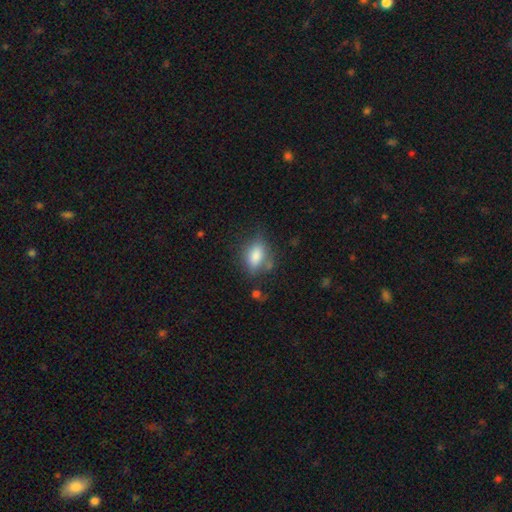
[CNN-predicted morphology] The model was most divided on "merging": none: 63%, minor disturbance: 23%, major disturbance: 8%, merger: 5%. More confident: how rounded — in between (82%); smooth or featured — smooth (79%).